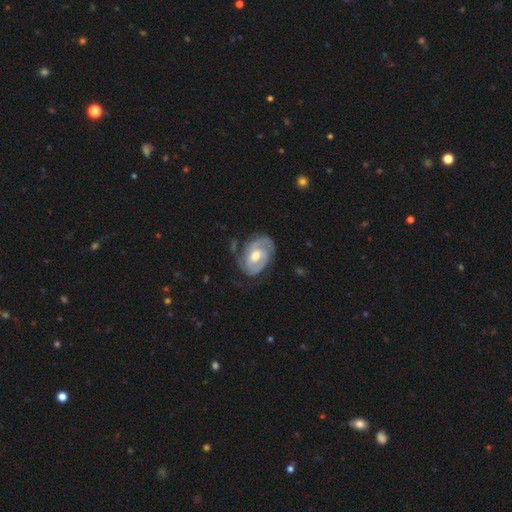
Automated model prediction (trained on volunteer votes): The model was most divided on "bar" (2-way tie): no: 44%, weak: 44%, strong: 12%. More confident: edge-on disk — no (97%); spiral arms — yes (91%); smooth or featured — featured or disk (82%); bulge size — moderate (76%); merging — none (67%); spiral arm count — 2 (62%); spiral winding — tight (57%).